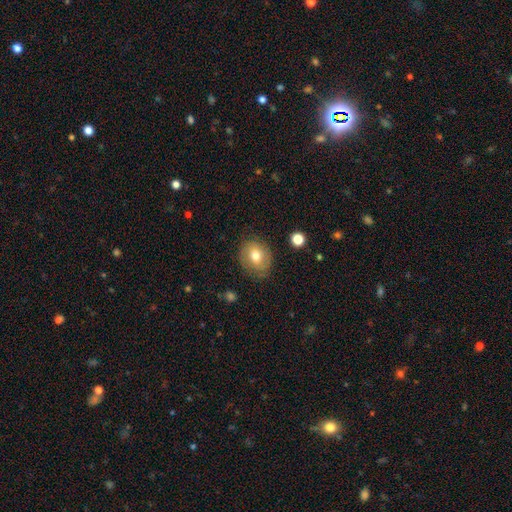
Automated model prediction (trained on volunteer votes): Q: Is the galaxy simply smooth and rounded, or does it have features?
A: smooth — 65%.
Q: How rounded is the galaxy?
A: round — 59%.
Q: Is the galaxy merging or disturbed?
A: none — 77%.